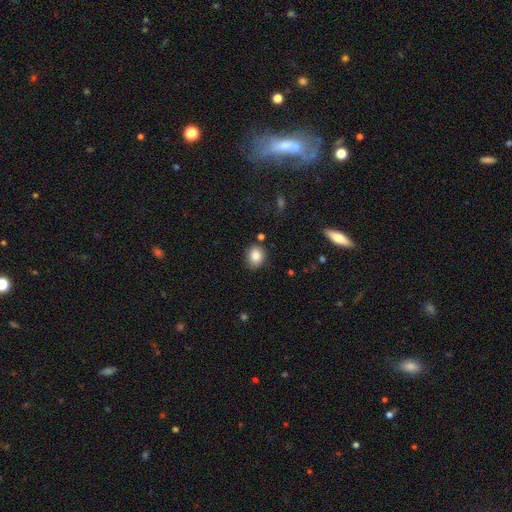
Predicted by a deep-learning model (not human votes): Smooth or featured? Predicted: smooth (p=0.85). How rounded? Predicted: round (p=0.56). Merging? Predicted: none (p=0.82).